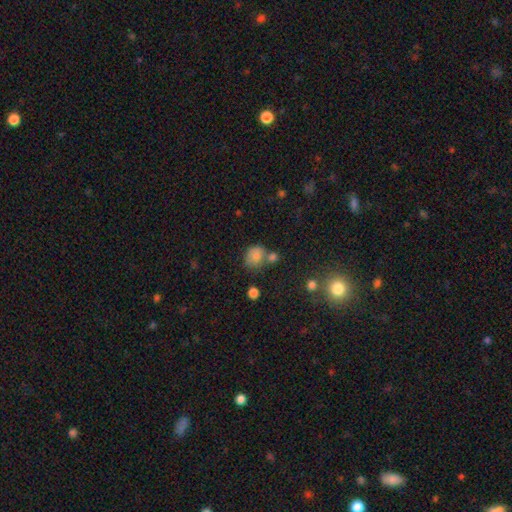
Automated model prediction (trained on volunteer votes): A smooth galaxy with no disk features (79%) that is round (59%).

Vote fractions:
- Smooth or featured? smooth: 79% / star or artifact: 12% / featured or disk: 9%
- How rounded? round: 59% / in between: 40% / cigar-shaped: 1%
- Merging? none: 53% / merger: 22% / minor disturbance: 18% / major disturbance: 7%